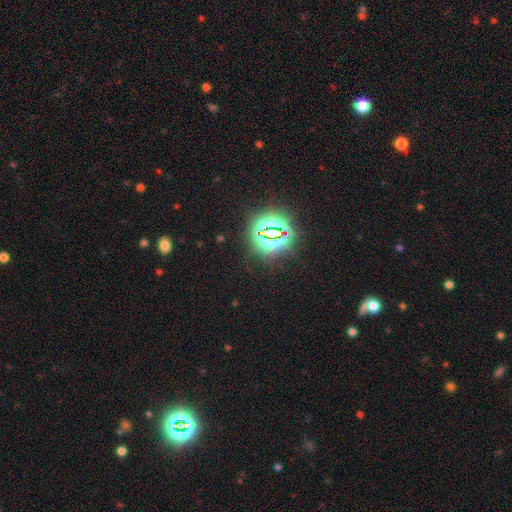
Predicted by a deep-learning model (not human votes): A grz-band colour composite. It shows a star or artifact, not a galaxy (83%).